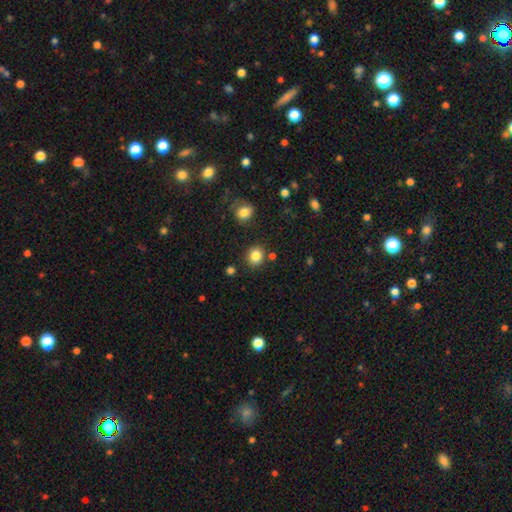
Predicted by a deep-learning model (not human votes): smooth 84%, star or artifact 11%, featured or disk 5%. Down the decision tree: how rounded — round (80%); merging — none (85%).